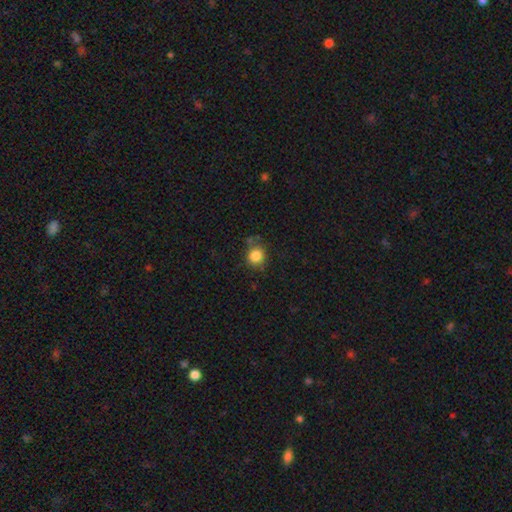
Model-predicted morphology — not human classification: This appears to be a smooth galaxy with no disk features (84%) that is round (88%). Merging: none (74%).